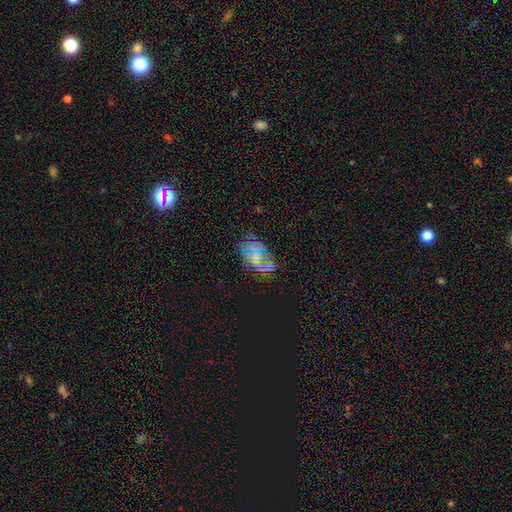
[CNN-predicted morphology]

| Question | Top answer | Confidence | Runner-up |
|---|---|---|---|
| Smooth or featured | smooth | 47% | star or artifact (37%) |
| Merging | none | 77% | minor disturbance (15%) |